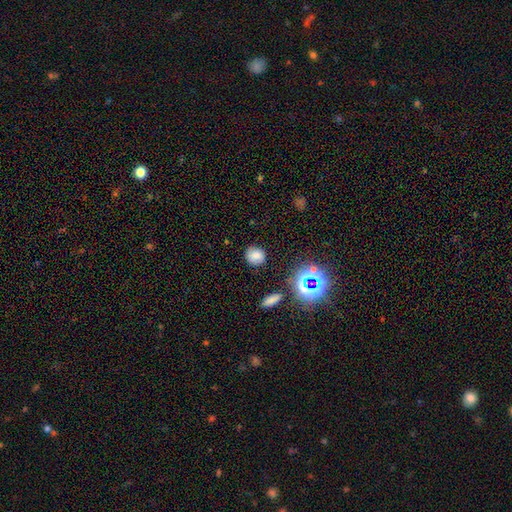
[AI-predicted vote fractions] The model was most divided on "smooth or featured": smooth: 73%, star or artifact: 18%, featured or disk: 9%. More confident: merging — none (83%); how rounded — round (80%).